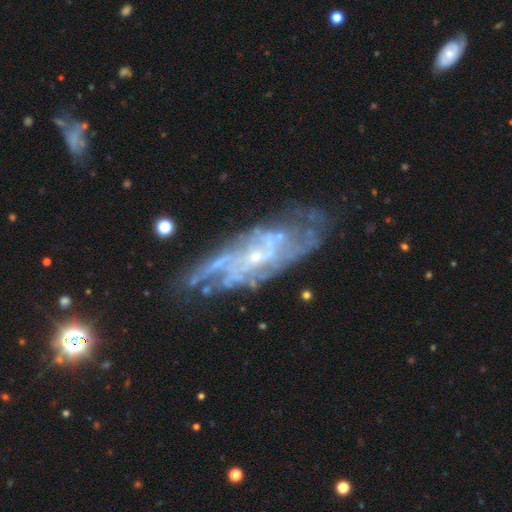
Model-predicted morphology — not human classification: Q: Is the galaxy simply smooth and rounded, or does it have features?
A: featured or disk — 83%.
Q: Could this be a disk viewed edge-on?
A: no — 87%.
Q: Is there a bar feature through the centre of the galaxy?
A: no — 63%.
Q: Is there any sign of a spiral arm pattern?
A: yes — 84%.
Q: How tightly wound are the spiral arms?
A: tight — 48%.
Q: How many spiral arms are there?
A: can't tell — 52%.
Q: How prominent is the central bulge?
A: small — 75%.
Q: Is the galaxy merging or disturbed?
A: none — 67%.